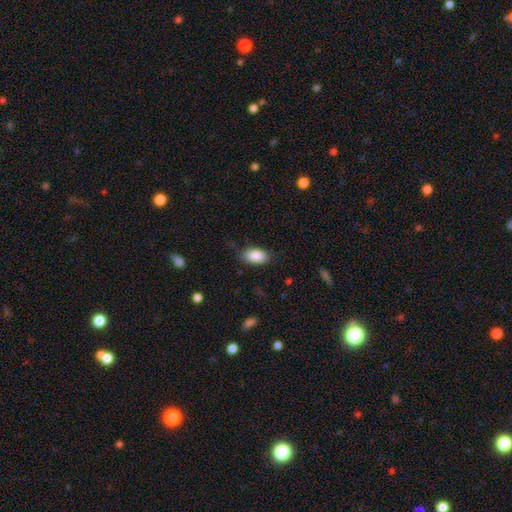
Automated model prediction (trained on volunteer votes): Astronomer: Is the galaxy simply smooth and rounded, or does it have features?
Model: smooth — 88%.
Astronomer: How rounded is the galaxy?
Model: in between — 94%.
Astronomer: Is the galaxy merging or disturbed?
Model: none — 81%.